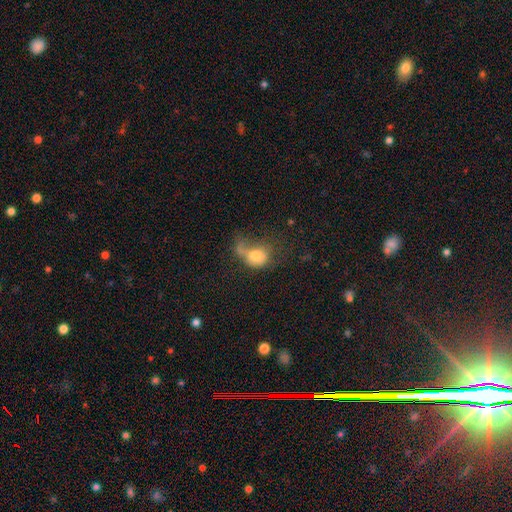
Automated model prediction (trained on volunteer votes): Morphology: type=smooth (70%); roundness=in between (55%); merging=major disturbance (39%).